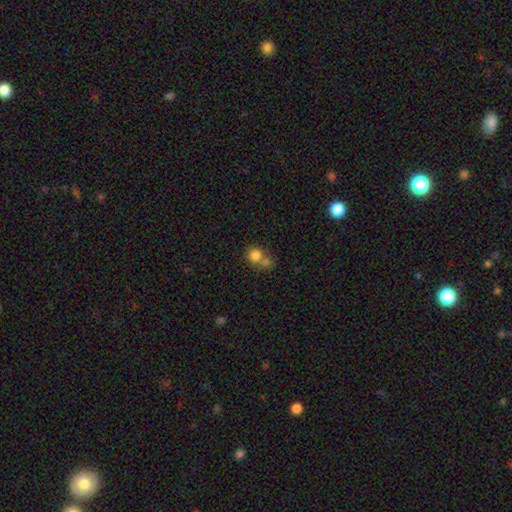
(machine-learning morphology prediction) Smooth or featured?
  - smooth: 80% *
  - star or artifact: 11%
  - featured or disk: 9%
How rounded?
  - round: 86% *
  - in between: 13%
  - cigar-shaped: 1%
Merging?
  - merger: 44% *
  - none: 42%
  - minor disturbance: 9%
  - major disturbance: 4%